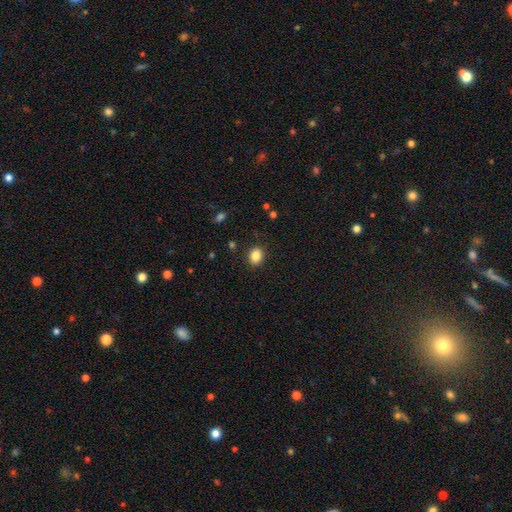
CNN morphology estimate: Smooth or featured: smooth — 85% (star or artifact — 10%)
How rounded: round — 56% (in between — 43%)
Merging: none — 89% (minor disturbance — 8%)